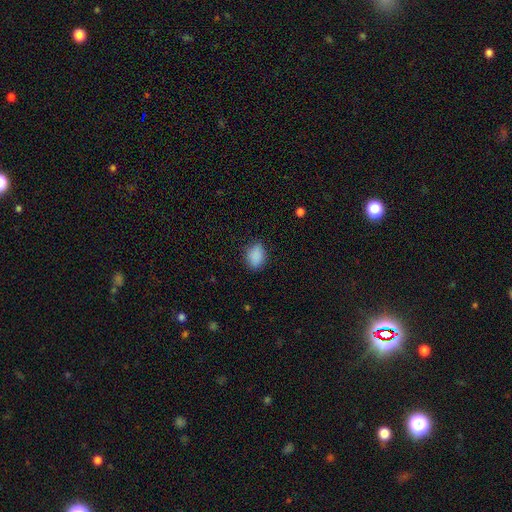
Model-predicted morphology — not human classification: smooth_or_featured: smooth (p=0.88) [alt: star or artifact p=0.09]
how_rounded: in between (p=0.73) [alt: round p=0.26]
merging: none (p=0.80) [alt: minor disturbance p=0.15]